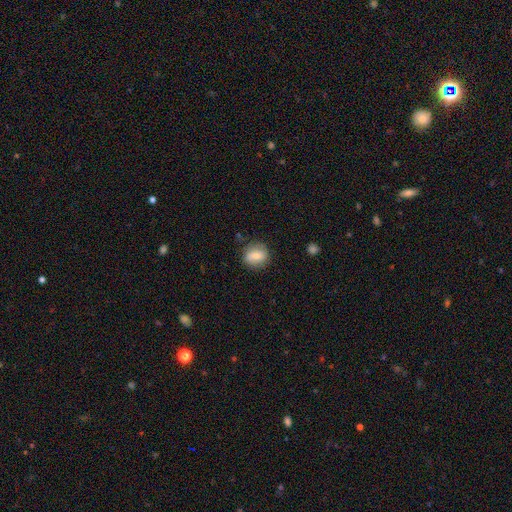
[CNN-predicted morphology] type=smooth (68%); roundness=round (69%); merging=none (80%).